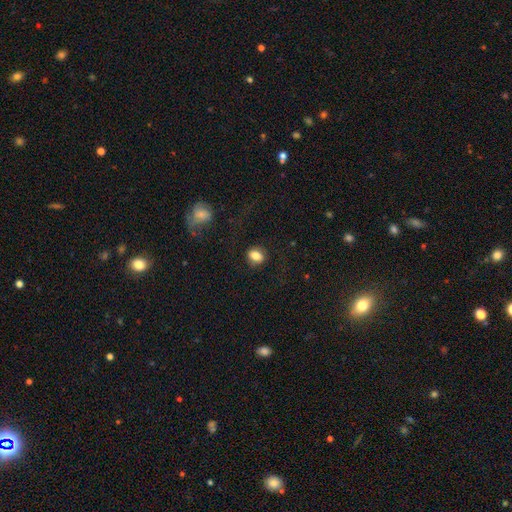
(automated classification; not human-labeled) Morphology: type=smooth (80%); roundness=in between (59%); merging=none (80%).